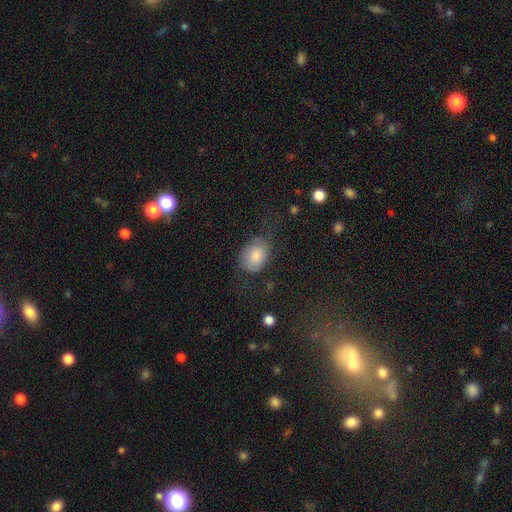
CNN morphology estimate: The model was most divided on "merging": none: 50%, minor disturbance: 27%, major disturbance: 21%, merger: 2%. More confident: smooth or featured — smooth (75%); how rounded — in between (65%).